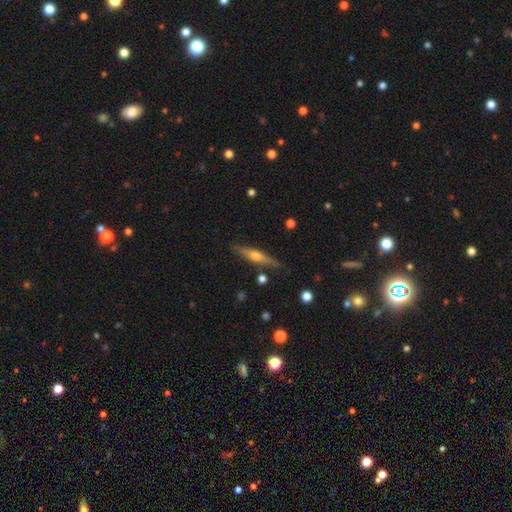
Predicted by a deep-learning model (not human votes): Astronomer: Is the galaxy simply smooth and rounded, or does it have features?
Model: featured or disk — 67%.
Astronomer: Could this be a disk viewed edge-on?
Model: yes — 96%.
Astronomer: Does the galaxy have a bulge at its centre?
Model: rounded — 89%.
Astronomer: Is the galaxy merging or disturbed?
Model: none — 86%.